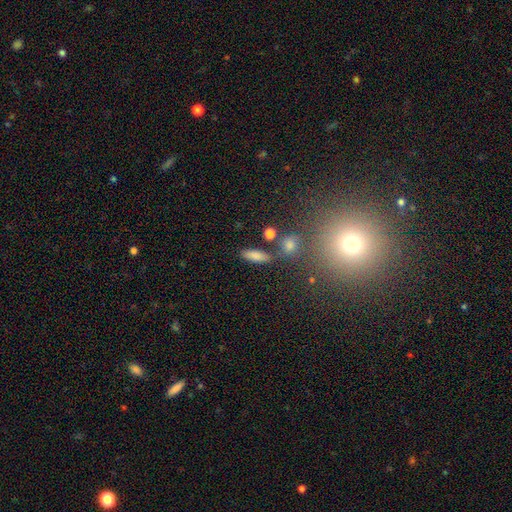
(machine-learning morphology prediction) The model was most divided on "how rounded": in between: 54%, cigar-shaped: 42%, round: 5%. More confident: smooth or featured — smooth (82%); merging — none (74%).